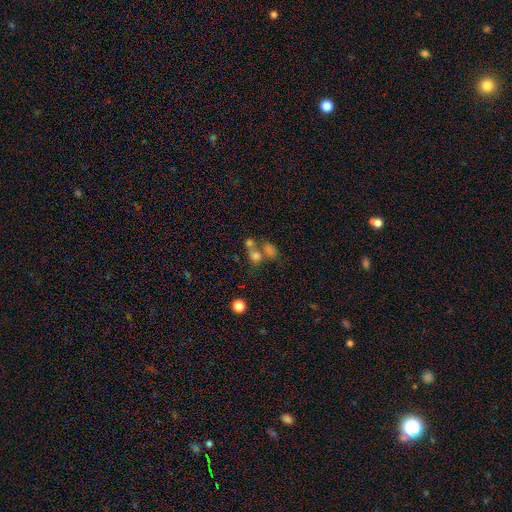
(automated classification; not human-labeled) smooth 67%, star or artifact 16%, featured or disk 16%. Down the decision tree: how rounded — round (52%); merging — merger (54%).